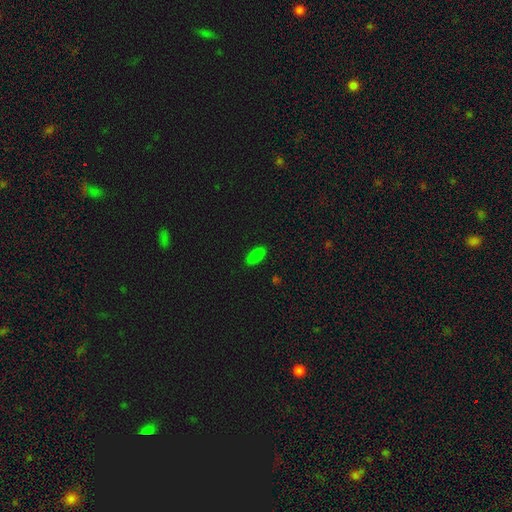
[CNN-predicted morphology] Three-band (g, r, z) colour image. It shows a smooth galaxy with no disk features (85%) that is in between round and cigar-shaped (81%). Merging: none (88%).